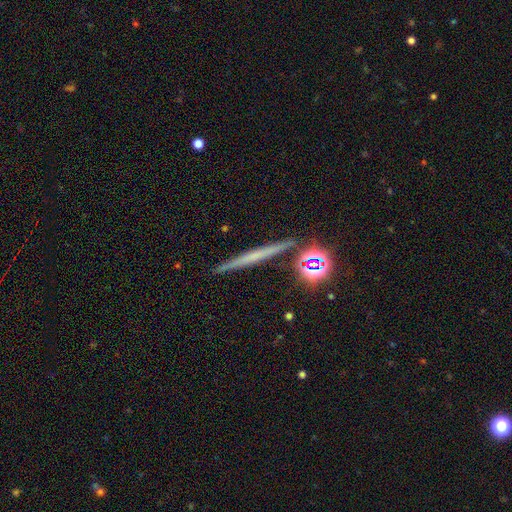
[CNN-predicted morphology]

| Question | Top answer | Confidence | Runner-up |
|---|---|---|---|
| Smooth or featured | featured or disk | 48% | smooth (34%) |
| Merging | none | 88% | minor disturbance (7%) |